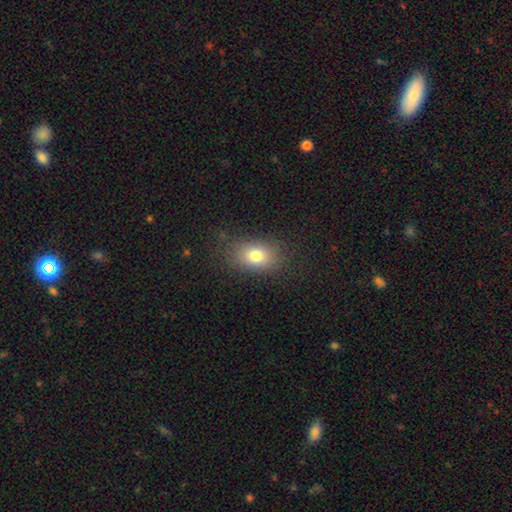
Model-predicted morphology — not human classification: smooth-or-featured: smooth: 78% | star or artifact: 11% | featured or disk: 11%
  how-rounded: in between: 74% | round: 24% | cigar-shaped: 2%
  merging: none: 81% | minor disturbance: 12% | major disturbance: 5% | merger: 1%